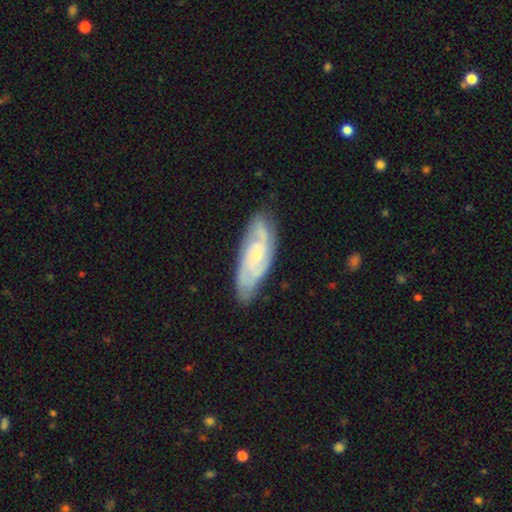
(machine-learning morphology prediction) Smooth or featured: featured or disk — 79% (smooth — 16%)
Edge-on disk: no — 91% (yes — 9%)
Bar: no — 68% (weak — 27%)
Spiral arms: yes — 95% (no — 5%)
Spiral winding: tight — 56% (medium — 37%)
Spiral arm count: 2 — 36% (3 — 26%)
Bulge size: small — 65% (moderate — 29%)
Merging: none — 75% (minor disturbance — 19%)